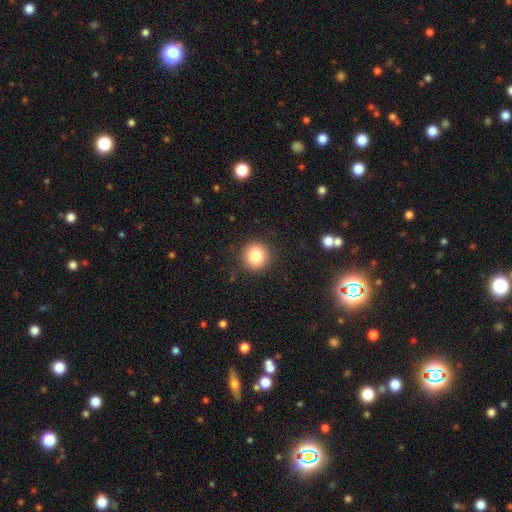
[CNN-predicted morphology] This is clearly a smooth galaxy (81%). How rounded: clearly round (95%). Merging: clearly none (91%).